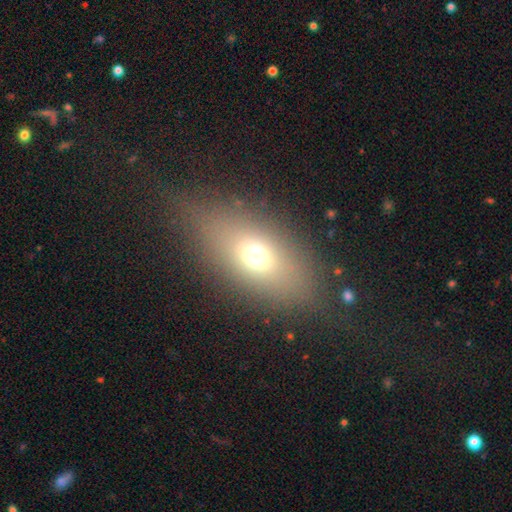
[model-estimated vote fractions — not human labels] Smooth or featured?
  - smooth: 65% *
  - featured or disk: 19%
  - star or artifact: 15%
How rounded?
  - in between: 75% *
  - round: 16%
  - cigar-shaped: 9%
Merging?
  - none: 71% *
  - minor disturbance: 14%
  - major disturbance: 12%
  - merger: 3%